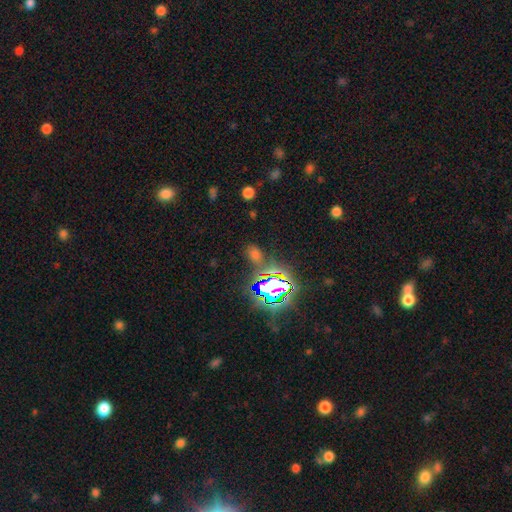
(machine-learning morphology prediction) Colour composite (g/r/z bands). It shows a star or artifact, not a galaxy (60%).